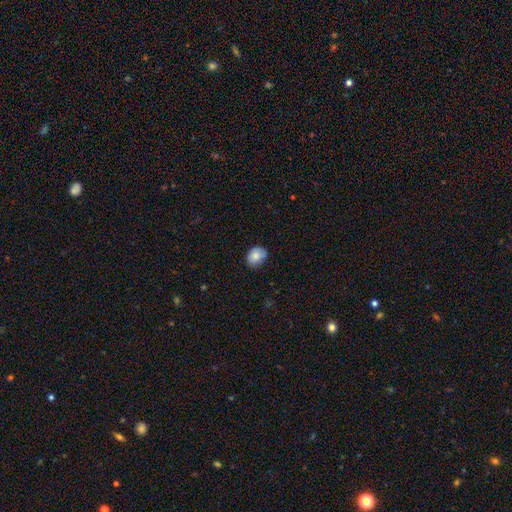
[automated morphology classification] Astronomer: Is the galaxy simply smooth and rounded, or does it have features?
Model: smooth — 82%.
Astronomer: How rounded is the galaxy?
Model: in between — 54% (runner-up: round, 45%).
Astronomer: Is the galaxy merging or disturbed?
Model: none — 71%.